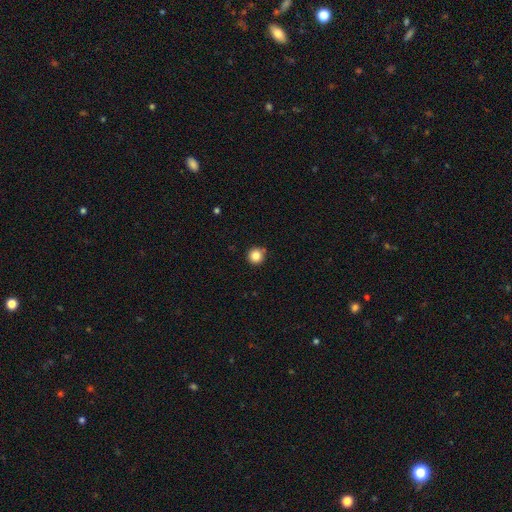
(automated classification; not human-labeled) Morphology: type=smooth (84%); roundness=round (96%); merging=none (88%).